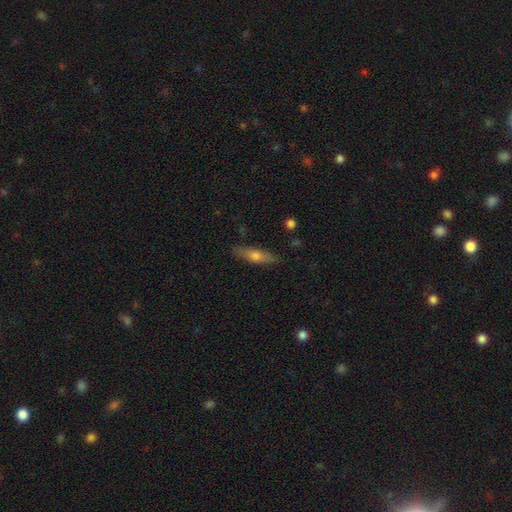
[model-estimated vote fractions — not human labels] Smooth or featured: smooth — 63% (featured or disk — 30%)
How rounded: cigar-shaped — 58% (in between — 40%)
Merging: none — 83% (minor disturbance — 12%)